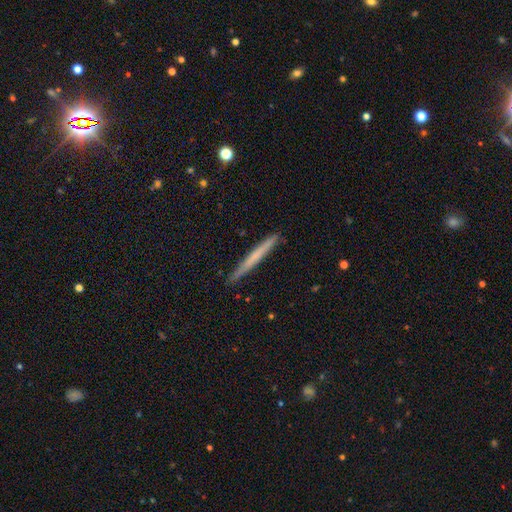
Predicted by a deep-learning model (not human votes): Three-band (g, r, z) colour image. It shows a smooth galaxy with no disk features (57%) that is cigar-shaped (97%). Merging: none (90%).